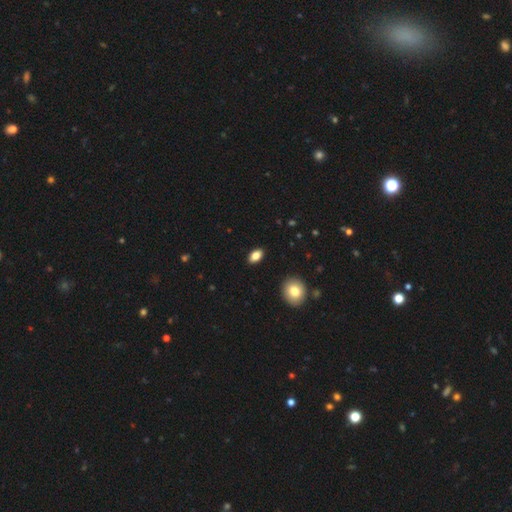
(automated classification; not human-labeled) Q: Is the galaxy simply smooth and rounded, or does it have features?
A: smooth — 84%.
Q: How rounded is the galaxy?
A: in between — 90%.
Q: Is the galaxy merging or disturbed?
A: none — 90%.